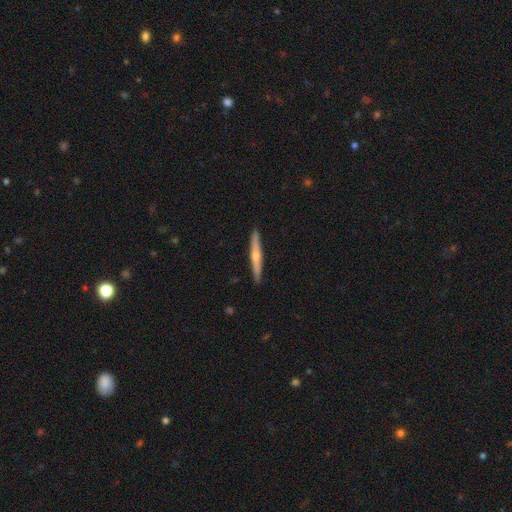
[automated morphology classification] featured or disk 64%, smooth 30%, star or artifact 6%. Down the decision tree: edge-on disk — yes (96%); edge-on bulge — rounded (79%); merging — none (91%).